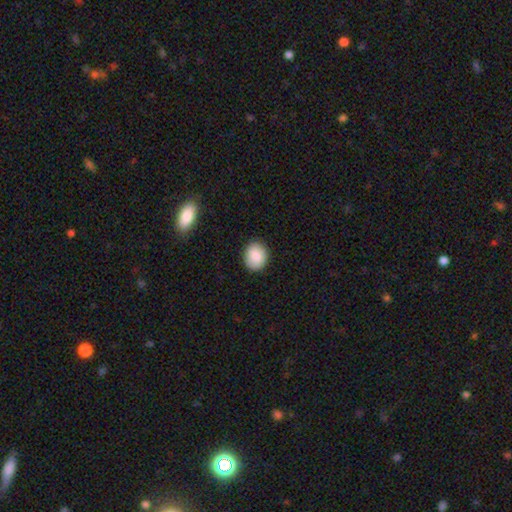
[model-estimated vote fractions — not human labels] Overall: smooth (86%). How rounded: round (56%; in between 43%). Merging: none (87%).